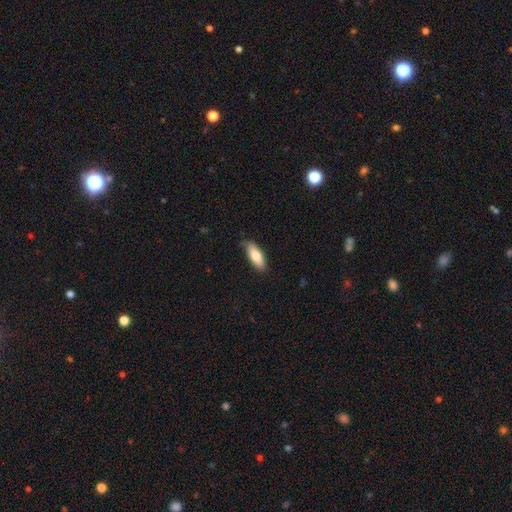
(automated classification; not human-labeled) Overall: smooth (75%). How rounded: in between (71%). Merging: none (81%).